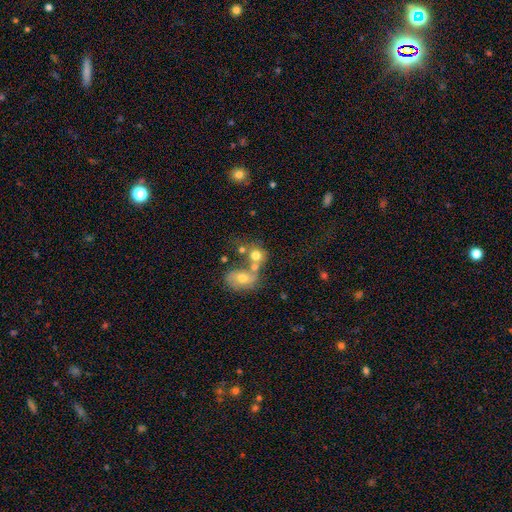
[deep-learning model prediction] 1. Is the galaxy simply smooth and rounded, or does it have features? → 65% smooth, 24% featured or disk, 11% star or artifact.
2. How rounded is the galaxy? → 66% round, 33% in between, 1% cigar-shaped.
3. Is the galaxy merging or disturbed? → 54% merger, 29% none, 9% minor disturbance, 7% major disturbance.